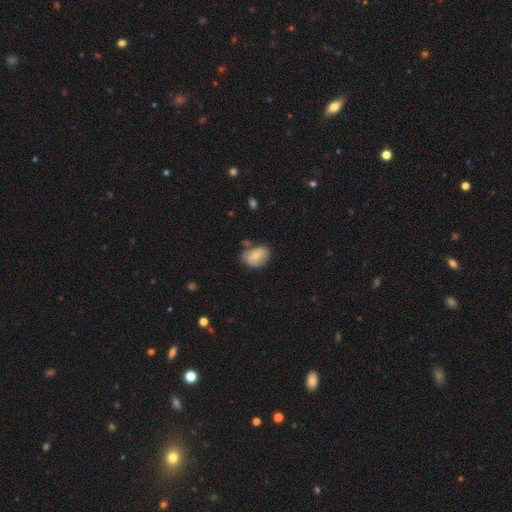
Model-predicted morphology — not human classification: This is likely a smooth galaxy (73%). How rounded: likely in between (71%). Merging: possibly none (59%).